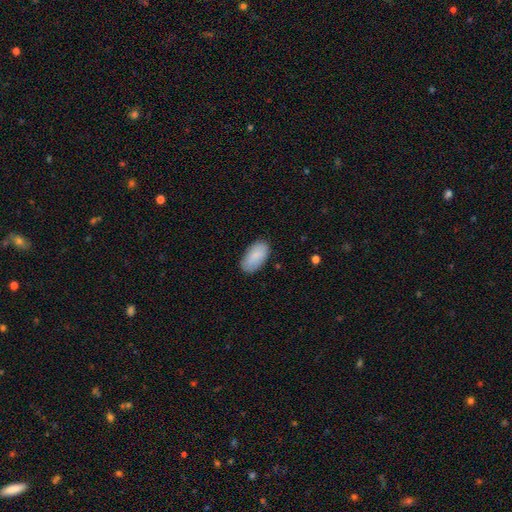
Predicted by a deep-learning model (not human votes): Smooth or featured? smooth (87%)
How rounded? in between (95%)
Merging? none (84%)